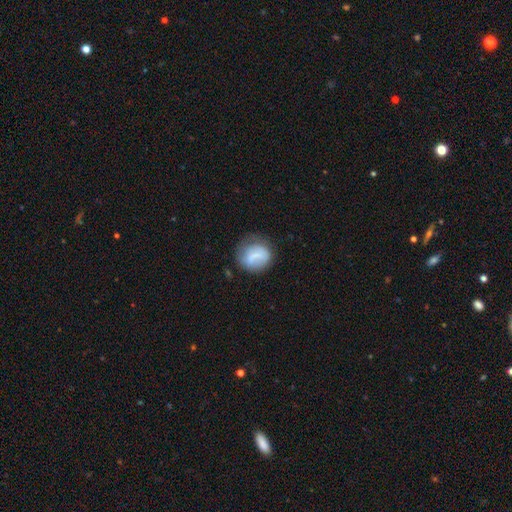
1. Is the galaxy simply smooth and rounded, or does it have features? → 72% smooth, 21% featured or disk, 8% star or artifact.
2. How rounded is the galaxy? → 86% round, 14% in between, 0% cigar-shaped.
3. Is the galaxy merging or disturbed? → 56% none, 22% minor disturbance, 14% major disturbance, 8% merger.